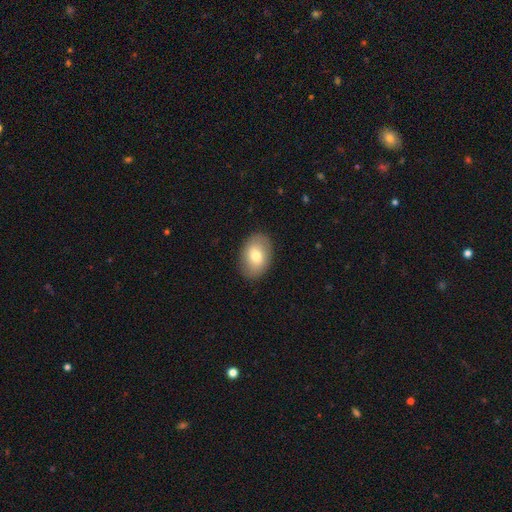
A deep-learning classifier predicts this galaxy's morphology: Smooth or featured? Predicted: smooth (p=0.74). How rounded? Predicted: in between (p=0.82). Merging? Predicted: none (p=0.87).